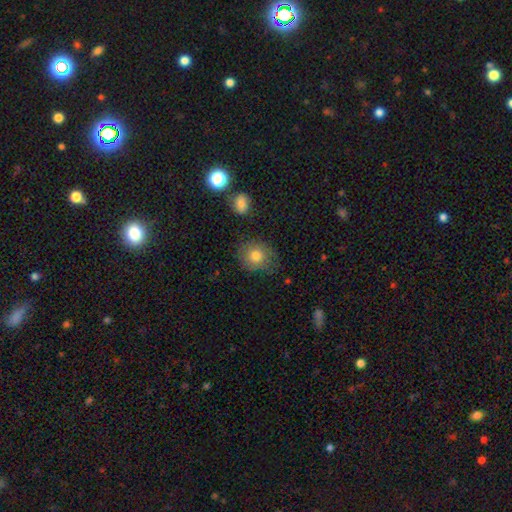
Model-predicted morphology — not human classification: The model was most divided on "how rounded": round: 78%, in between: 21%, cigar-shaped: 1%. More confident: smooth or featured — smooth (78%); merging — none (75%).